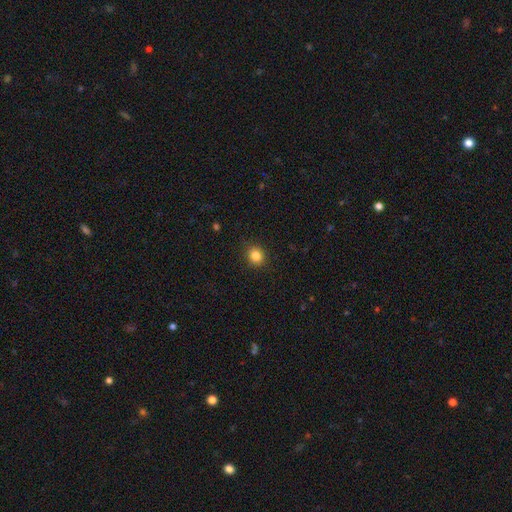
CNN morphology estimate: This appears to be a smooth galaxy with no disk features (84%) that is round (81%). Merging: none (89%).